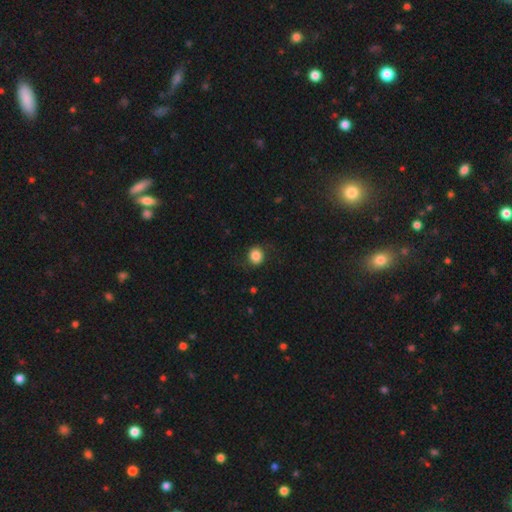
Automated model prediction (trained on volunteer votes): smooth-or-featured: smooth: 83% | star or artifact: 9% | featured or disk: 7%
  how-rounded: round: 83% | in between: 16% | cigar-shaped: 1%
  merging: none: 82% | minor disturbance: 12% | major disturbance: 5% | merger: 1%